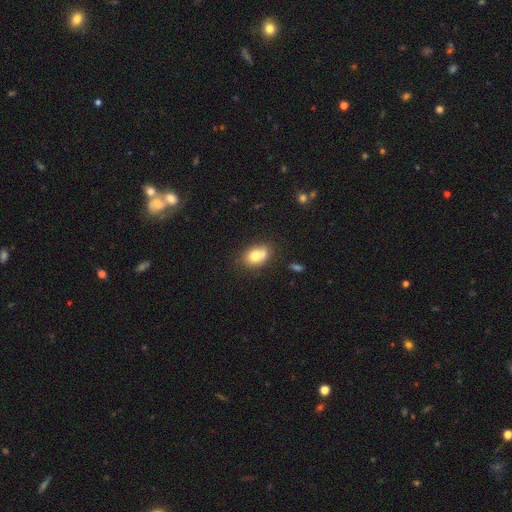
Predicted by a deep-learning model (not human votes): Smooth or featured? Predicted: smooth (p=0.73). How rounded? Predicted: in between (p=0.62). Merging? Predicted: none (p=0.49).